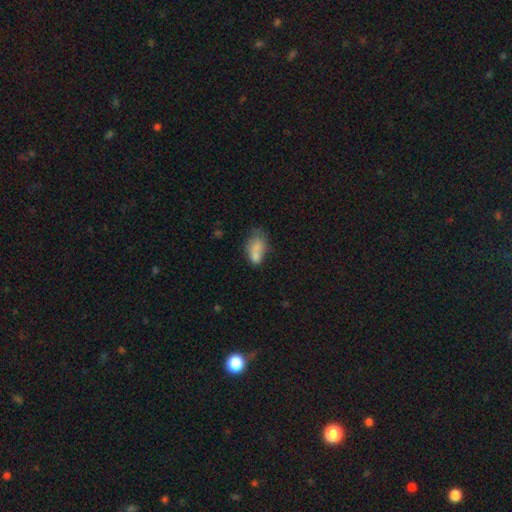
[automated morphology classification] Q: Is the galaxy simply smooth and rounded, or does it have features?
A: smooth — 70%.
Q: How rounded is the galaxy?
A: in between — 84%.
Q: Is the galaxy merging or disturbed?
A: merger — 44%.